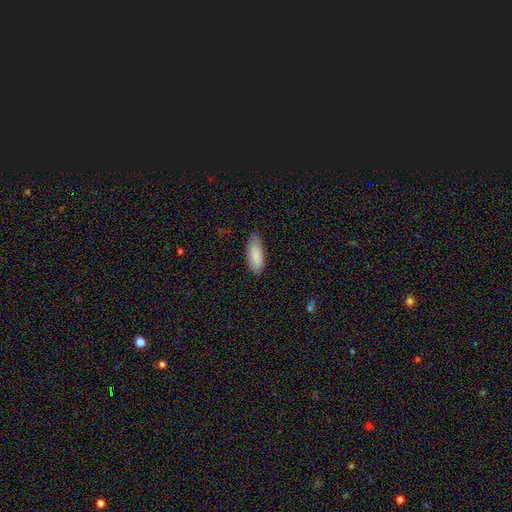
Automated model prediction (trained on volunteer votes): This is clearly a smooth galaxy (85%). How rounded: likely in between (80%). Merging: likely none (77%).